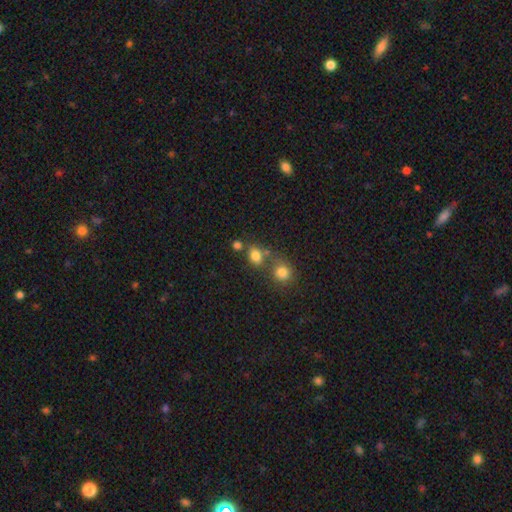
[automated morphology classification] Smooth or featured? smooth (79%)
How rounded? in between (59%)
Merging? none (49%)